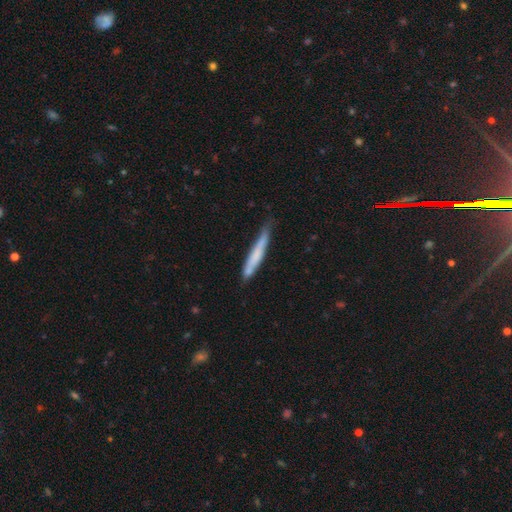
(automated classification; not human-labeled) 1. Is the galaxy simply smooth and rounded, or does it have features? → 63% smooth, 31% featured or disk, 6% star or artifact.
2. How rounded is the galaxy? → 94% cigar-shaped, 4% in between, 1% round.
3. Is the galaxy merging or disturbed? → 61% none, 29% minor disturbance, 6% major disturbance, 4% merger.